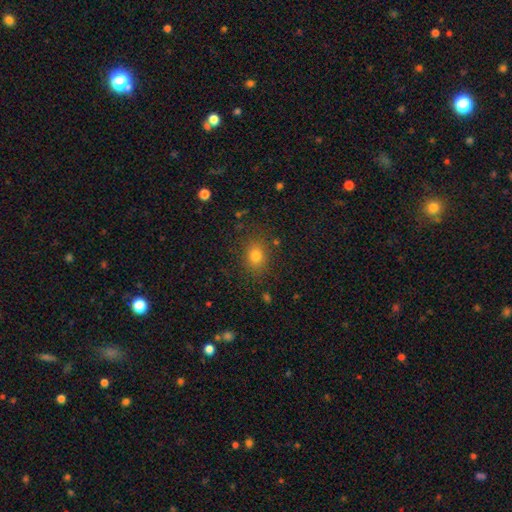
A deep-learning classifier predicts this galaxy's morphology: smooth 77%, star or artifact 14%, featured or disk 9%. Down the decision tree: how rounded — round (50%); merging — none (84%).